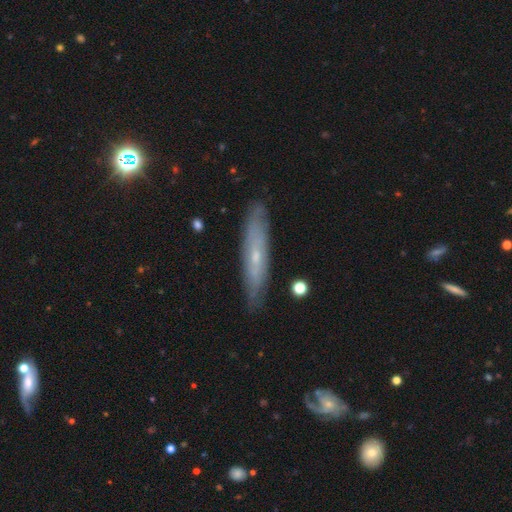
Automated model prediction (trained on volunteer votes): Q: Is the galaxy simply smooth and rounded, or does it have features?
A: featured or disk — 59%.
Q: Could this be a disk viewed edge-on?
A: yes — 61%.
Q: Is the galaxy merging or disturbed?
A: none — 84%.